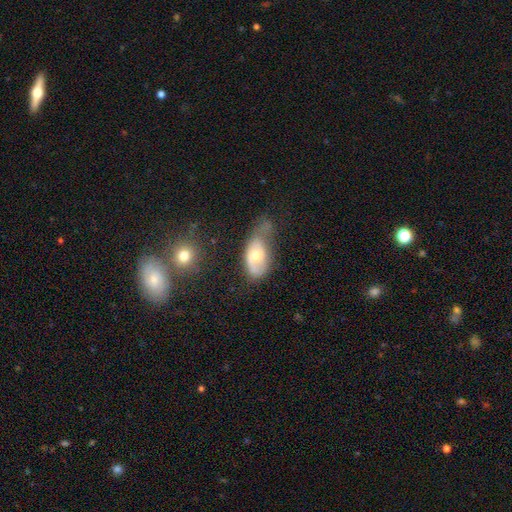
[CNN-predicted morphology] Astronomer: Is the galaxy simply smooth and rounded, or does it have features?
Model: smooth — 54% (runner-up: featured or disk, 39%).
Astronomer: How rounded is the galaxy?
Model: in between — 89%.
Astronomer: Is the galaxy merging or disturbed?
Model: major disturbance — 34% (runner-up: minor disturbance, 33%).